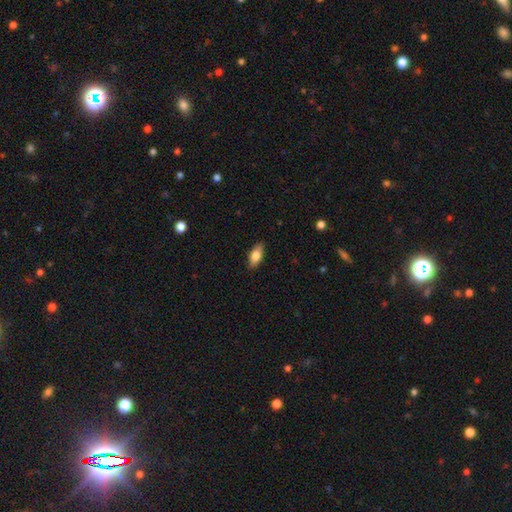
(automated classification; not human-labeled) smooth 81%, featured or disk 12%, star or artifact 7%. Down the decision tree: how rounded — in between (86%); merging — none (87%).